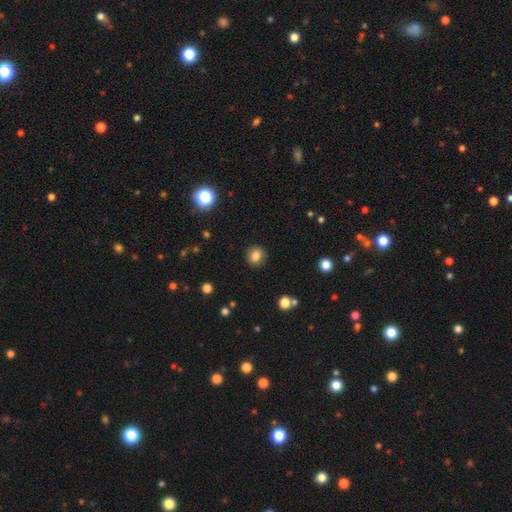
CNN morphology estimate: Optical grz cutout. It shows a smooth galaxy with no disk features (82%) that is round (84%). Merging: none (89%).